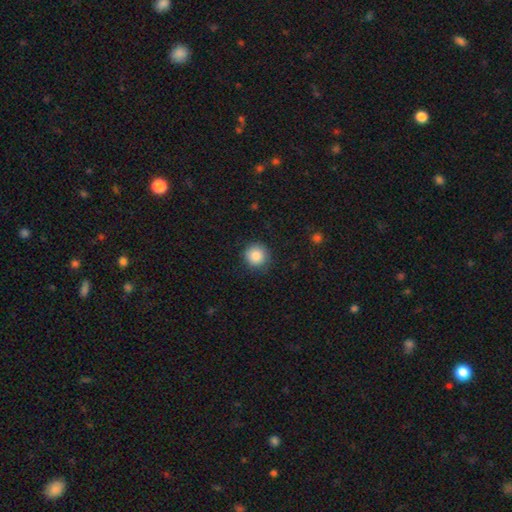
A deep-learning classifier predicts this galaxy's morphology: smooth_or_featured: smooth (p=0.86) [alt: star or artifact p=0.09]
how_rounded: round (p=0.94) [alt: in between p=0.05]
merging: none (p=0.87) [alt: minor disturbance p=0.09]